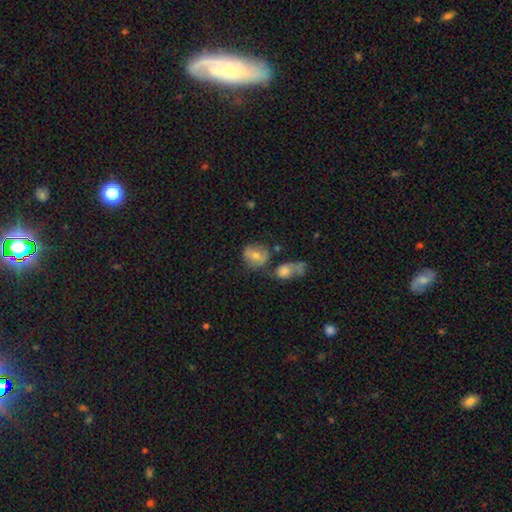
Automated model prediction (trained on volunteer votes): Smooth or featured: smooth — 58% (featured or disk — 30%)
How rounded: round — 61% (in between — 37%)
Merging: none — 53% (merger — 21%)